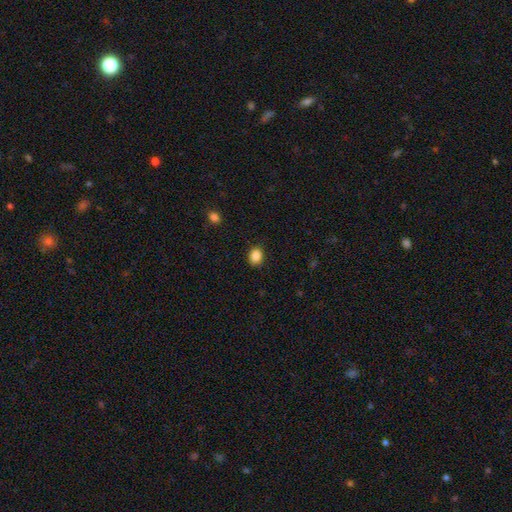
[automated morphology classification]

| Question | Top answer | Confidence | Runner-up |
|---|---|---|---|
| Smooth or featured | smooth | 88% | star or artifact (9%) |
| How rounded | in between | 55% | round (44%) |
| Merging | none | 88% | minor disturbance (9%) |